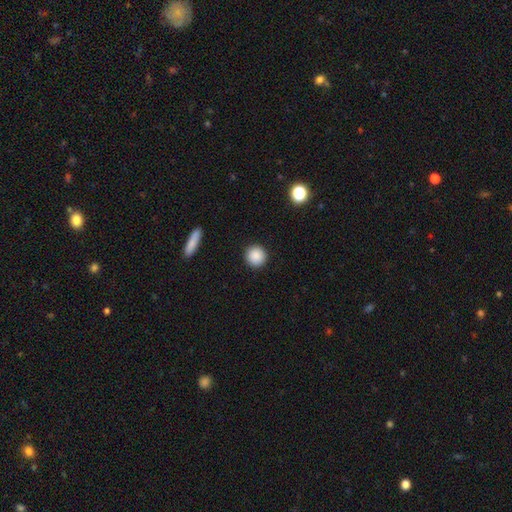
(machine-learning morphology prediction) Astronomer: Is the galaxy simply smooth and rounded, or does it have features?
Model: smooth — 89%.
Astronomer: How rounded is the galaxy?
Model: round — 94%.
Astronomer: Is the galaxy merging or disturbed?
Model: none — 92%.